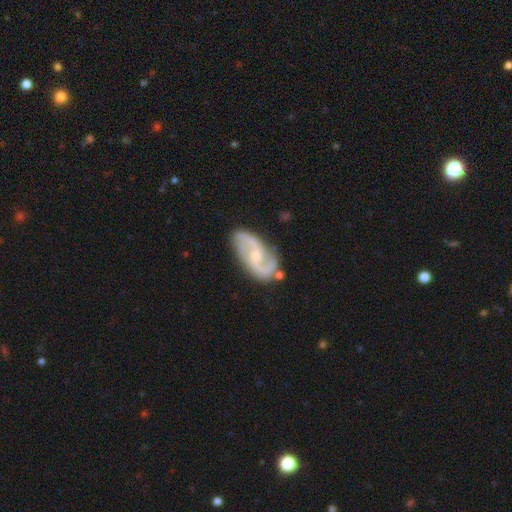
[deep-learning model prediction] Overall: featured or disk (87%). Edge-on disk: no (97%). Bar: no (46%; weak 43%). Spiral arms: yes (97%). Spiral arm count: 2 (90%). Spiral winding: medium (47%; loose 38%). Bulge size: small (59%; moderate 35%). Merging: none (73%).